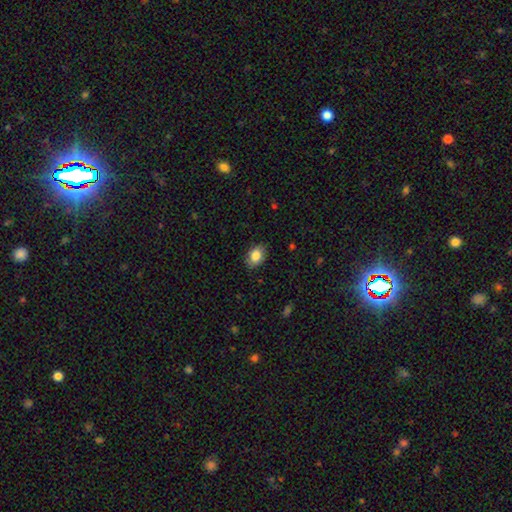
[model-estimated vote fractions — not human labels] This appears to be a smooth galaxy with no disk features (84%) that is in between round and cigar-shaped (70%). Merging: none (85%).